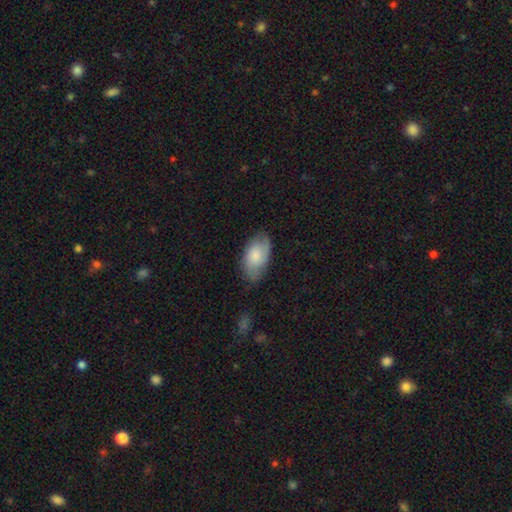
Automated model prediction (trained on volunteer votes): Morphology: type=smooth (61%); roundness=in between (94%); merging=none (69%).